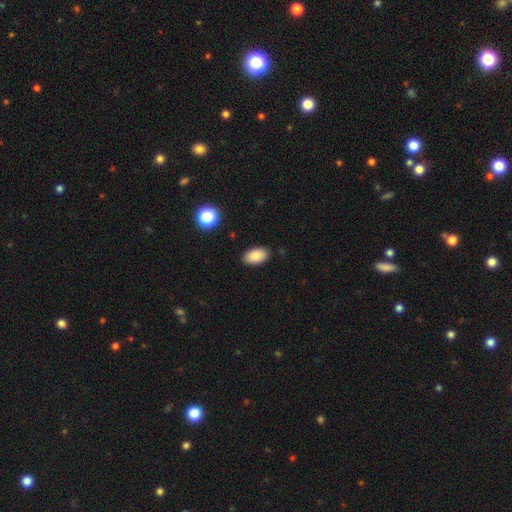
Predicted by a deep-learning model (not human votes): Overall: smooth (87%). How rounded: in between (94%). Merging: none (88%).